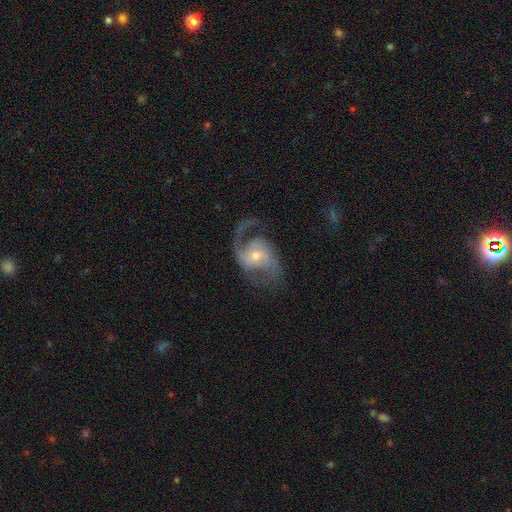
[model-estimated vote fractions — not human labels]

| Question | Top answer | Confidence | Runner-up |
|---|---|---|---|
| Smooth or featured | featured or disk | 87% | smooth (7%) |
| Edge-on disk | no | 97% | yes (3%) |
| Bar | no | 51% | weak (37%) |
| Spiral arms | yes | 96% | no (4%) |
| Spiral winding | medium | 47% | loose (43%) |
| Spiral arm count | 2 | 84% | 1 (6%) |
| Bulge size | small | 49% | moderate (46%) |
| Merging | none | 64% | major disturbance (18%) |